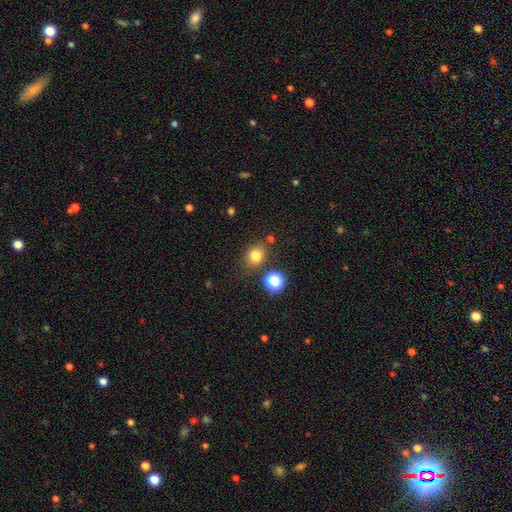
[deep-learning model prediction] Smooth or featured? Predicted: smooth (p=0.78). How rounded? Predicted: round (p=0.64). Merging? Predicted: none (p=0.77).